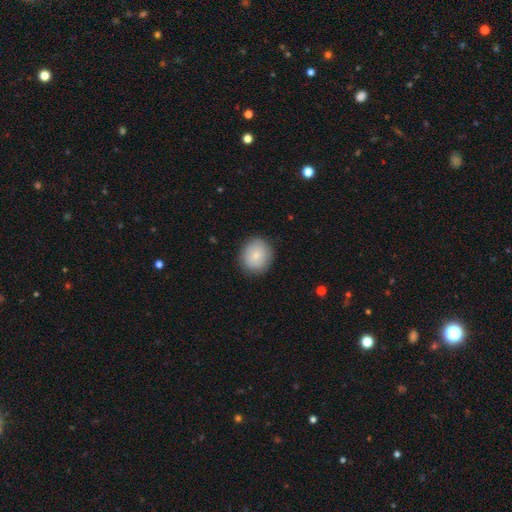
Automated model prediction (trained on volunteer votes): Overall: smooth (78%). How rounded: round (77%). Merging: none (86%).